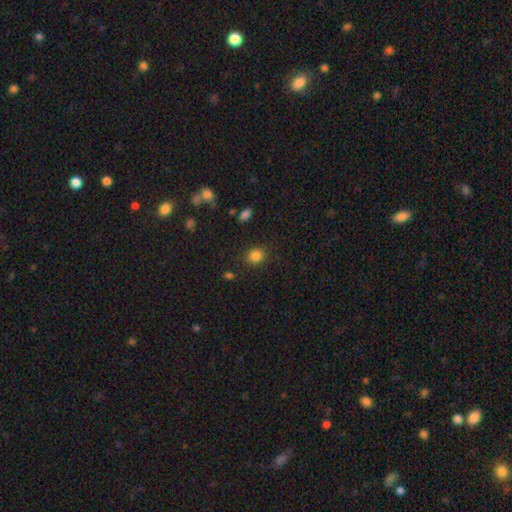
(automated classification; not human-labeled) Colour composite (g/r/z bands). It shows a smooth galaxy with no disk features (84%) that is round (72%). Merging: none (86%).